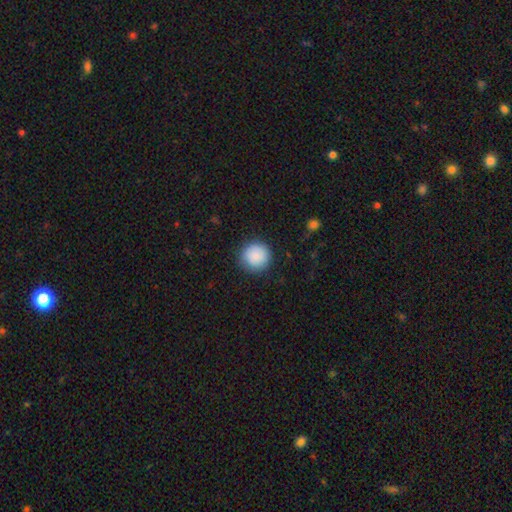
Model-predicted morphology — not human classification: smooth_or_featured: smooth (p=0.87) [alt: star or artifact p=0.07]
how_rounded: round (p=0.94) [alt: in between p=0.05]
merging: none (p=0.88) [alt: minor disturbance p=0.08]